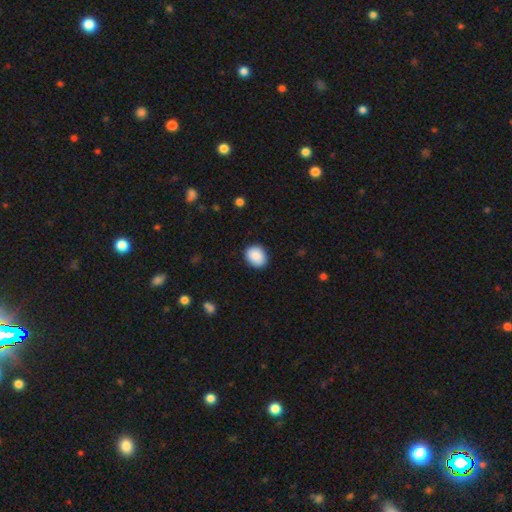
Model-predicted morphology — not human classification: Overall: smooth (89%). How rounded: round (58%; in between 41%). Merging: none (87%).